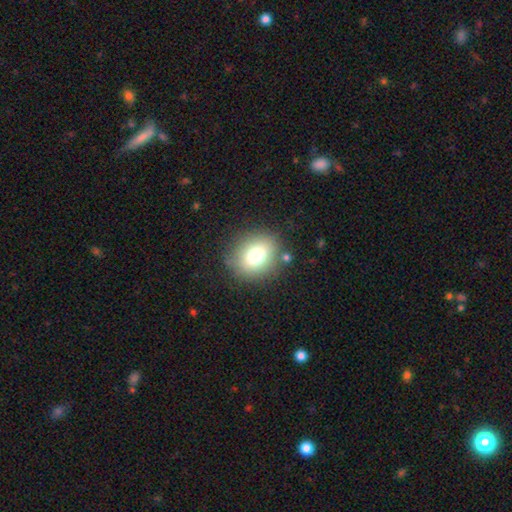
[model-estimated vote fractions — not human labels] A smooth galaxy with no disk features (75%) that is round (69%). Merging: none (82%).